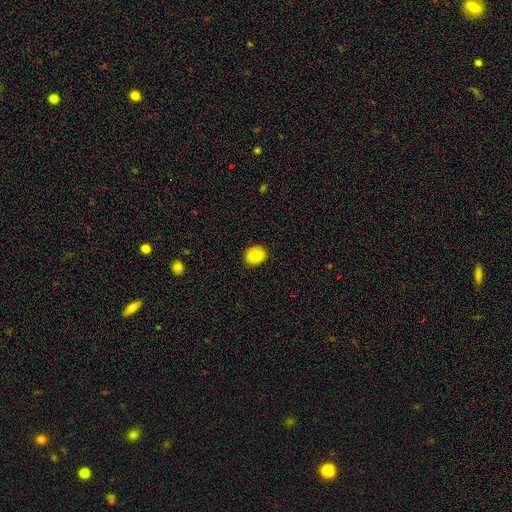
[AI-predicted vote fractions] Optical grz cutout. It shows a smooth galaxy with no disk features (86%) that is round (53%). Merging: none (86%).